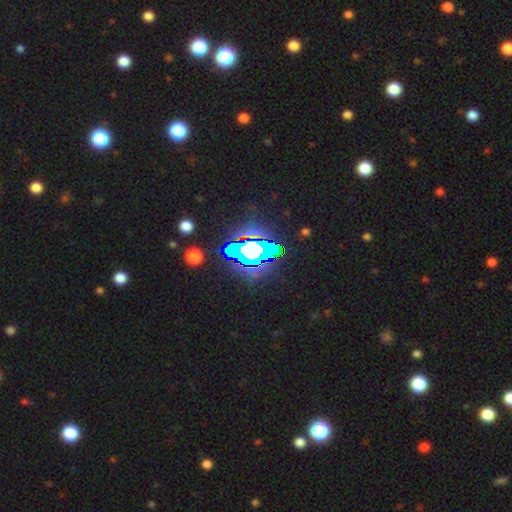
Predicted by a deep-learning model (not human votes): Smooth or featured? star or artifact (81%)